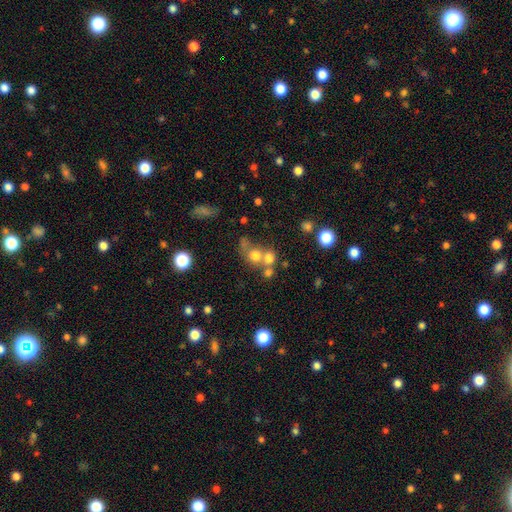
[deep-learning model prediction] A smooth galaxy with no disk features (68%) that is round (80%).

Vote fractions:
- Smooth or featured? smooth: 68% / star or artifact: 16% / featured or disk: 16%
- How rounded? round: 80% / in between: 19% / cigar-shaped: 1%
- Merging? merger: 50% / none: 36% / minor disturbance: 8% / major disturbance: 6%